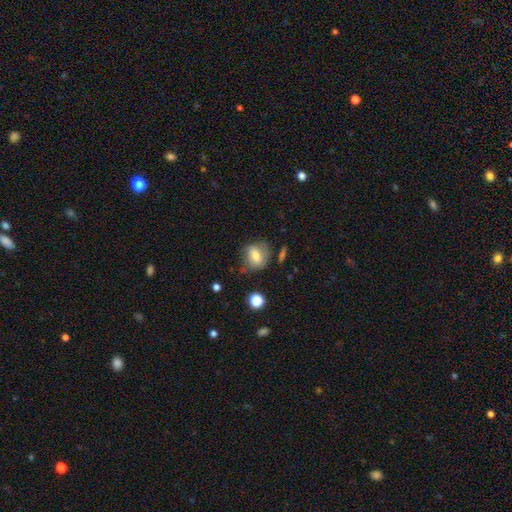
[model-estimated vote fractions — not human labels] smooth-or-featured: smooth: 69% | featured or disk: 21% | star or artifact: 10%
  how-rounded: round: 50% | in between: 48% | cigar-shaped: 2%
  merging: none: 62% | minor disturbance: 24% | major disturbance: 9% | merger: 5%